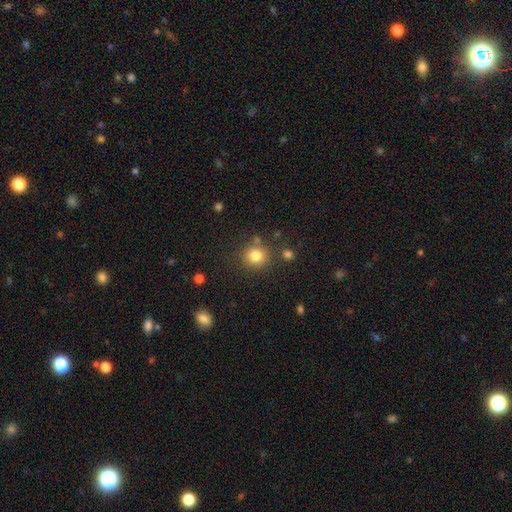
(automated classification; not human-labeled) This is clearly a smooth galaxy (82%). How rounded: clearly round (89%). Merging: clearly none (81%).